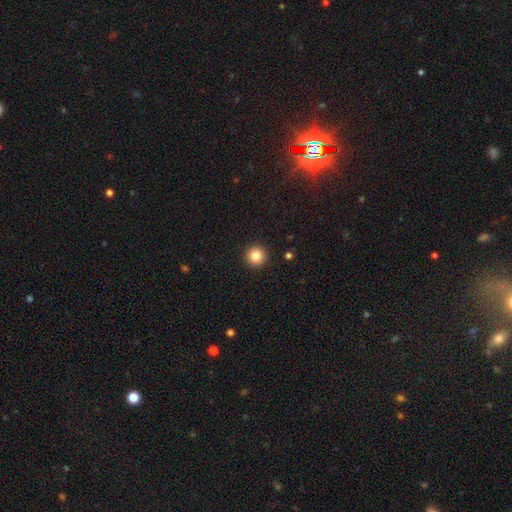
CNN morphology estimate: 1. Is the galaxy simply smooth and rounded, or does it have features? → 84% smooth, 11% star or artifact, 5% featured or disk.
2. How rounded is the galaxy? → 96% round, 3% in between, 1% cigar-shaped.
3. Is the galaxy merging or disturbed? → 93% none, 4% minor disturbance, 1% major disturbance, 1% merger.